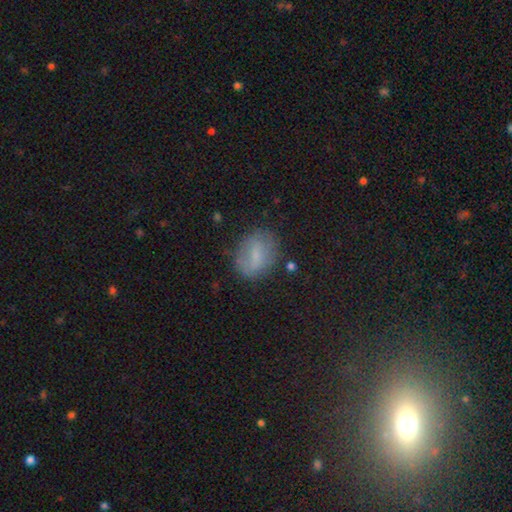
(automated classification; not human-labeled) This is likely a smooth galaxy (62%). How rounded: likely in between (66%). Merging: likely none (70%).